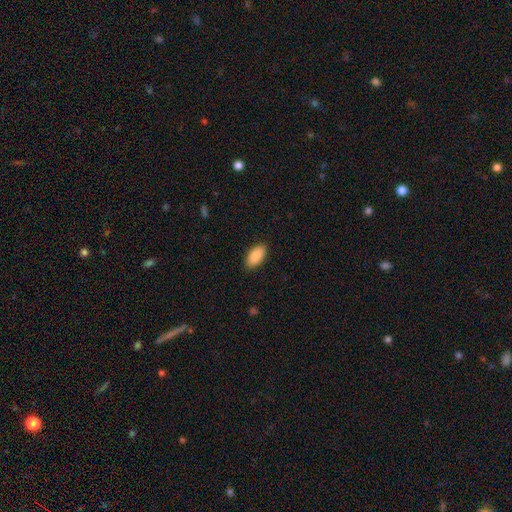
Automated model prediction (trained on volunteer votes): A smooth galaxy with no disk features (90%) that is in between round and cigar-shaped (94%).

Vote fractions:
- Smooth or featured? smooth: 90% / star or artifact: 6% / featured or disk: 4%
- How rounded? in between: 94% / cigar-shaped: 4% / round: 2%
- Merging? none: 89% / minor disturbance: 8% / major disturbance: 2% / merger: 1%